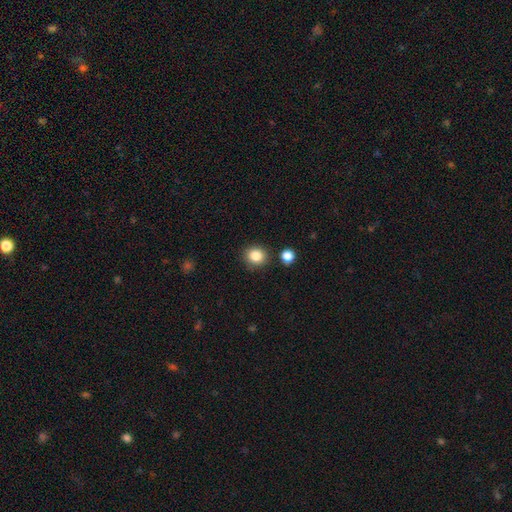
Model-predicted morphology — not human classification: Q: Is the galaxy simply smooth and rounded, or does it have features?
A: smooth — 85%.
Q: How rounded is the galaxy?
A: round — 82%.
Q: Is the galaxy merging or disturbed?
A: none — 84%.